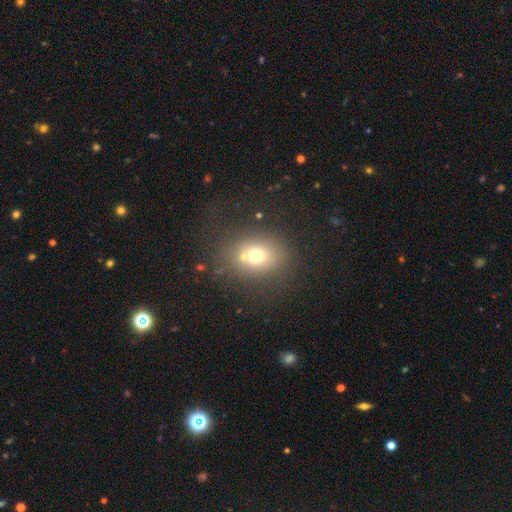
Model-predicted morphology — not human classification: Smooth or featured: smooth — 67% (featured or disk — 17%)
How rounded: round — 56% (in between — 43%)
Merging: none — 64% (merger — 17%)